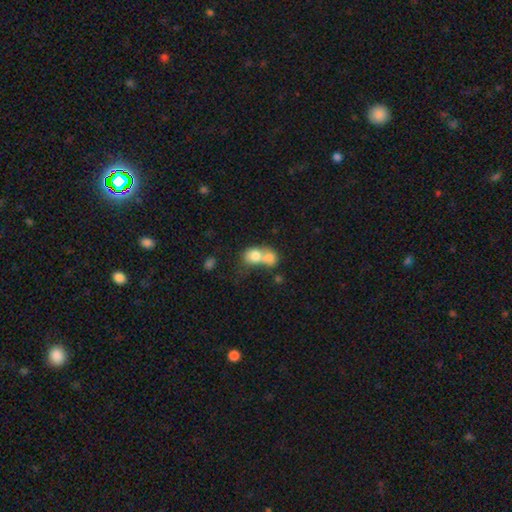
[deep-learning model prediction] Smooth or featured?
  - smooth: 73% *
  - featured or disk: 18%
  - star or artifact: 9%
How rounded?
  - in between: 50% *
  - round: 49%
  - cigar-shaped: 1%
Merging?
  - merger: 75% *
  - none: 15%
  - minor disturbance: 5%
  - major disturbance: 4%